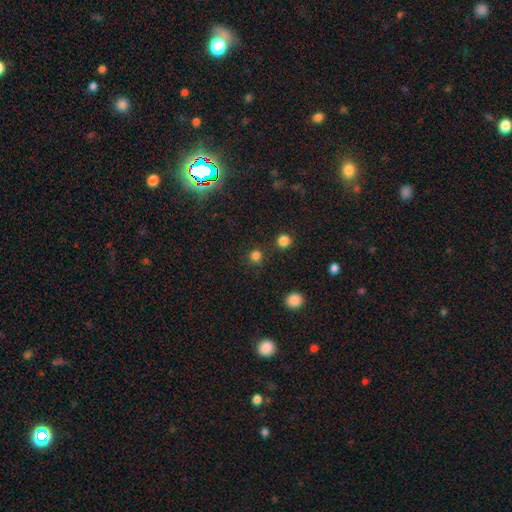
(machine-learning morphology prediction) A smooth galaxy with no disk features (78%) that is round (92%). Merging: none (82%).